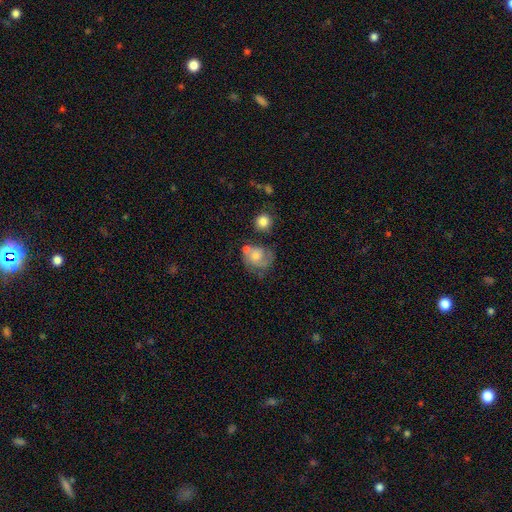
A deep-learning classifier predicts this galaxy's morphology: Overall: smooth (50%; featured or disk 41%). How rounded: round (67%; in between 32%). Merging: none (40%; minor disturbance 23%).